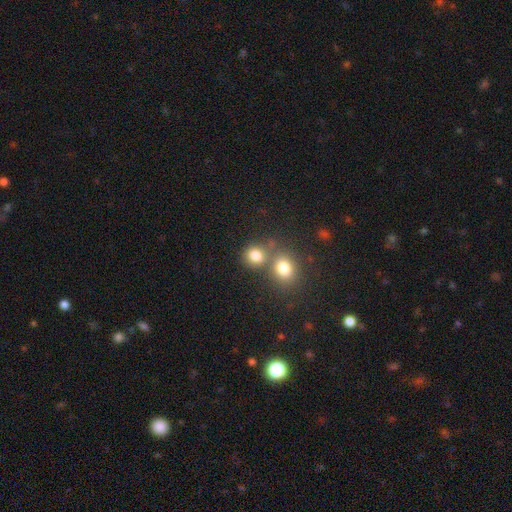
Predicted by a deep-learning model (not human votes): The model was most divided on "merging": none: 53%, merger: 34%, minor disturbance: 8%, major disturbance: 4%. More confident: smooth or featured — smooth (79%); how rounded — round (78%).